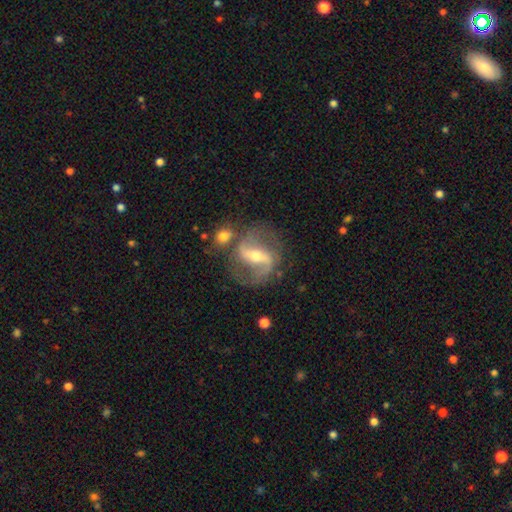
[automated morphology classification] Overall: featured or disk (87%). Edge-on disk: no (96%). Bar: strong (59%; weak 30%). Spiral arms: yes (93%). Spiral arm count: 2 (90%). Spiral winding: medium (47%; loose 39%). Bulge size: moderate (58%; small 36%). Merging: none (67%).